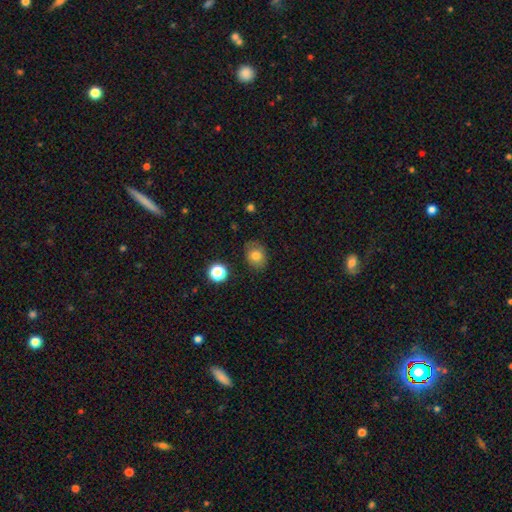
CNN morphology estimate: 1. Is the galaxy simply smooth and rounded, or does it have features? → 77% smooth, 12% star or artifact, 11% featured or disk.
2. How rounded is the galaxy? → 51% round, 48% in between, 1% cigar-shaped.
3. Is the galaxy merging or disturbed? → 79% none, 16% minor disturbance, 4% major disturbance, 2% merger.